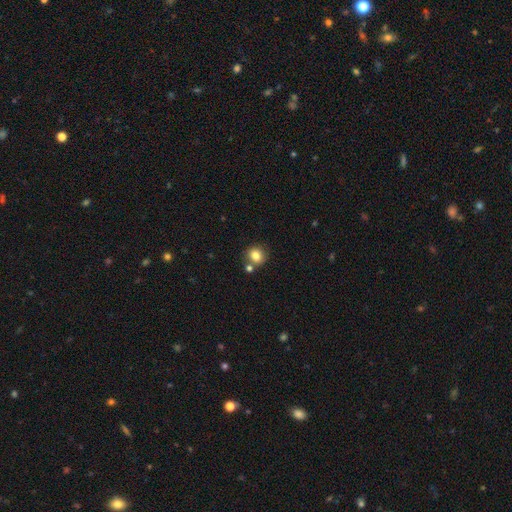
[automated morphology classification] smooth_or_featured: smooth (p=0.82) [alt: star or artifact p=0.11]
how_rounded: round (p=0.81) [alt: in between p=0.18]
merging: none (p=0.70) [alt: merger p=0.17]